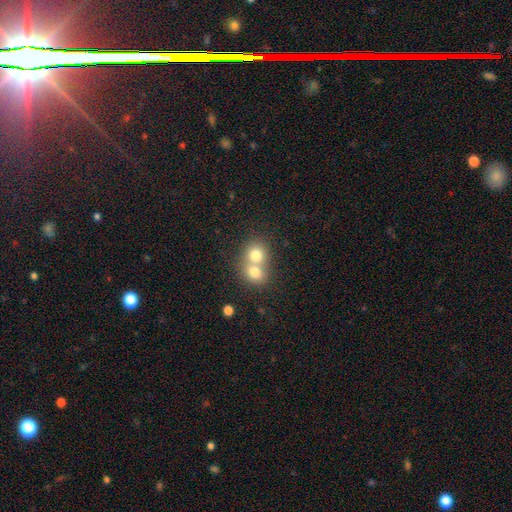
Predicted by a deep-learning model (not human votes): This appears to be a smooth galaxy with no disk features (75%) that is round (75%). Merging: merger (66%).